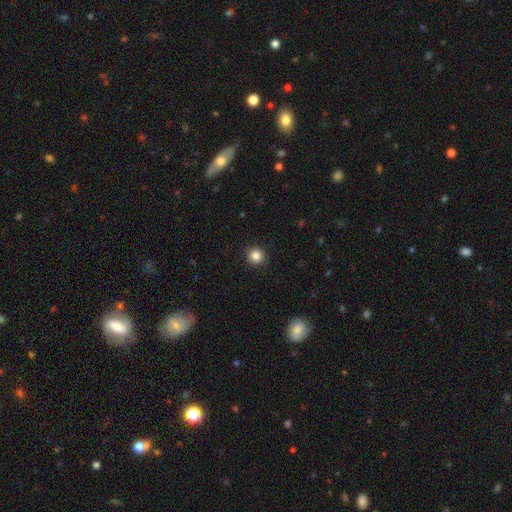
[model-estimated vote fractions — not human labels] smooth_or_featured: smooth (p=0.85) [alt: star or artifact p=0.11]
how_rounded: round (p=0.95) [alt: in between p=0.04]
merging: none (p=0.92) [alt: minor disturbance p=0.05]